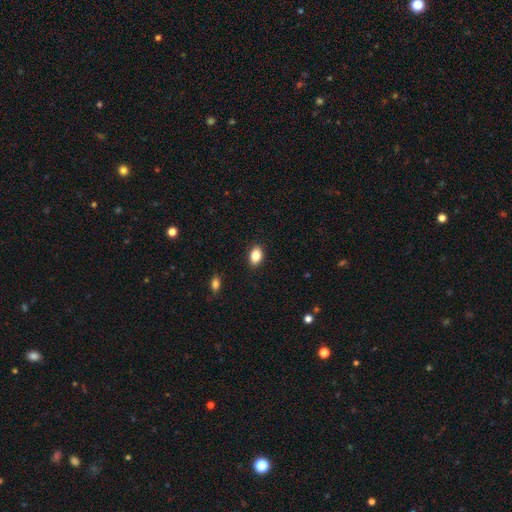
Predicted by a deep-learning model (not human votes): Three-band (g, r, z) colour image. It shows a smooth galaxy with no disk features (85%) that is in between round and cigar-shaped (85%). Merging: none (89%).